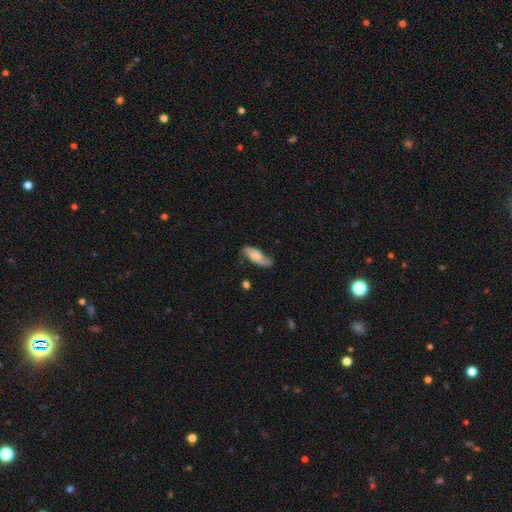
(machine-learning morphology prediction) This is possibly a featured or disk galaxy (51%). It is clearly not viewed edge-on (87%). Merging: likely none (66%).